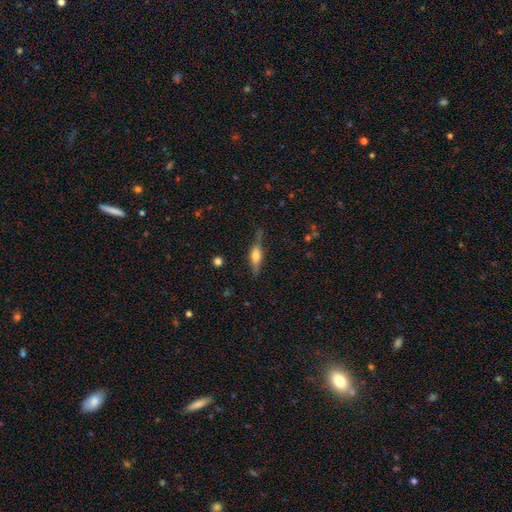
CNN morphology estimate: This appears to be a featured or disk galaxy (51%) viewed edge-on (90%). Merging: none (72%).